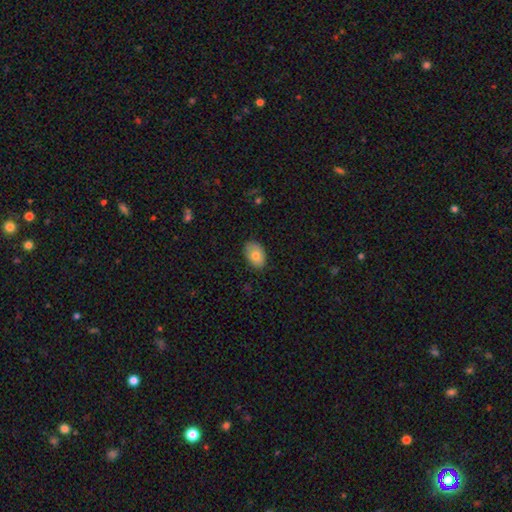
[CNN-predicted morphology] This appears to be a smooth galaxy with no disk features (76%) that is in between round and cigar-shaped (85%). Merging: none (83%).